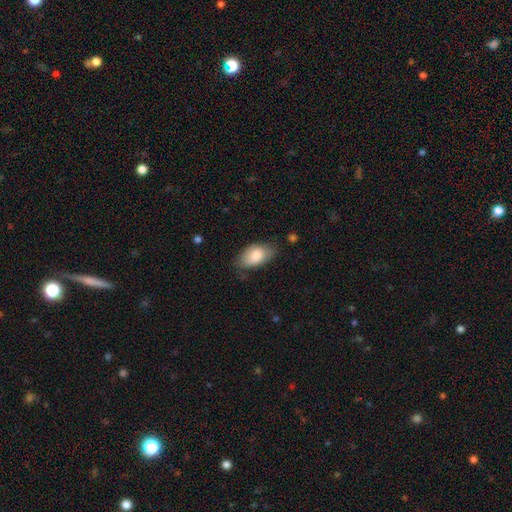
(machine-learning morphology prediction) Smooth or featured? Predicted: smooth (p=0.82). How rounded? Predicted: in between (p=0.94). Merging? Predicted: none (p=0.66).